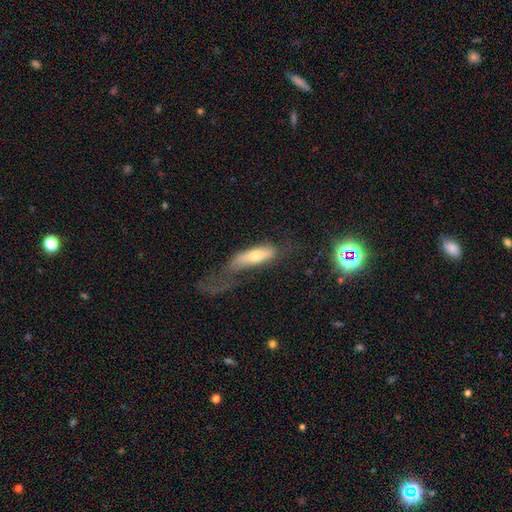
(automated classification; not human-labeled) Smooth or featured? Predicted: smooth (p=0.53). How rounded? Predicted: cigar-shaped (p=0.55). Merging? Predicted: major disturbance (p=0.47).